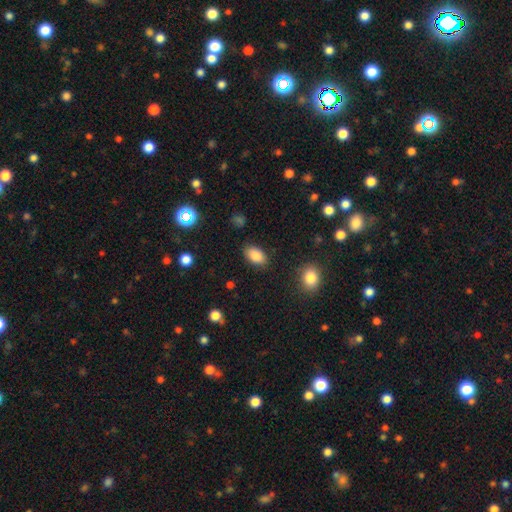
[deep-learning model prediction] smooth 86%, star or artifact 9%, featured or disk 6%. Down the decision tree: how rounded — in between (91%); merging — none (87%).